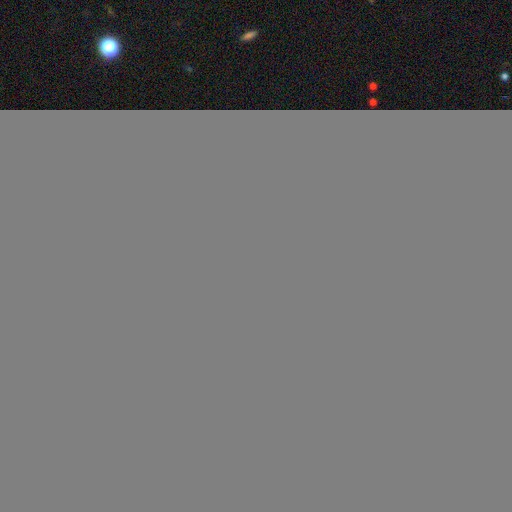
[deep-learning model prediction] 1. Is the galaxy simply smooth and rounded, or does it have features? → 71% smooth, 21% featured or disk, 8% star or artifact.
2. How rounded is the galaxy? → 67% round, 32% in between, 1% cigar-shaped.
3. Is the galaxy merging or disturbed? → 62% none, 17% merger, 16% minor disturbance, 5% major disturbance.